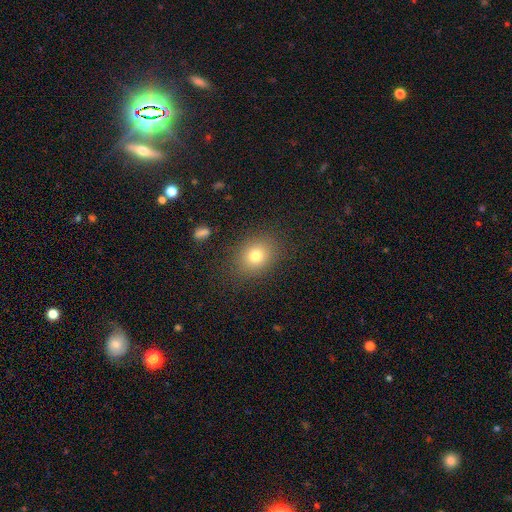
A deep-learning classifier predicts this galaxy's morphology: Smooth or featured: smooth — 77% (star or artifact — 13%)
How rounded: round — 53% (in between — 46%)
Merging: none — 83% (minor disturbance — 11%)